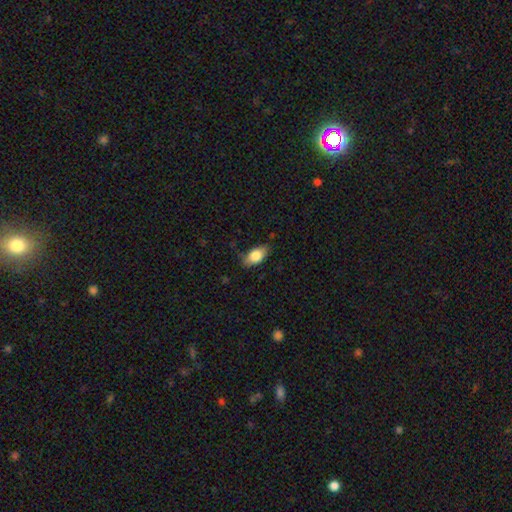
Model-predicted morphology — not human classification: Q: Smooth or featured?
A: smooth (81%); runner-up: featured or disk (12%)
Q: How rounded?
A: in between (89%); runner-up: round (7%)
Q: Merging?
A: none (74%); runner-up: minor disturbance (20%)